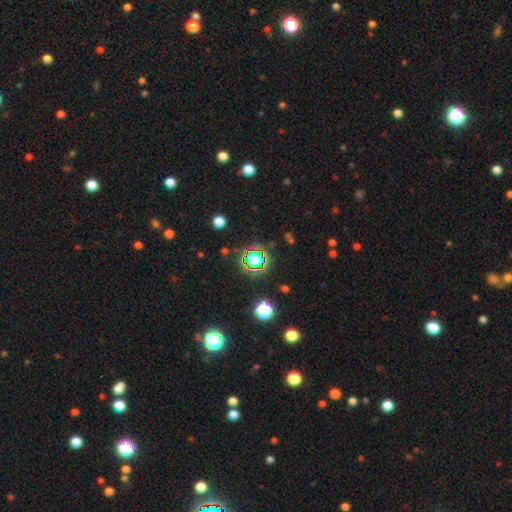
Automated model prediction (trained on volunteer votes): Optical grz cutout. It shows a star or artifact, not a galaxy (67%).